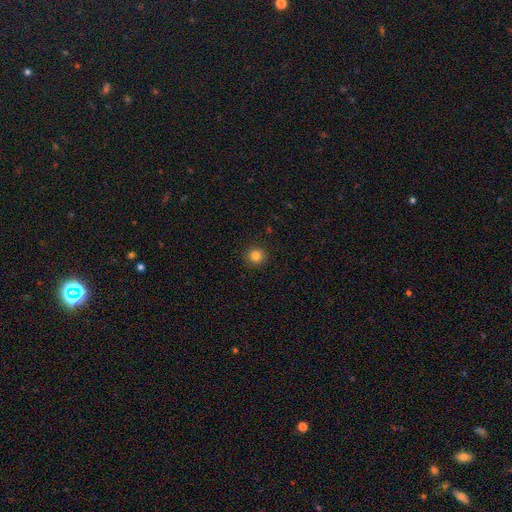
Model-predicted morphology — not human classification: smooth-or-featured: smooth: 83% | star or artifact: 12% | featured or disk: 5%
  how-rounded: round: 94% | in between: 5% | cigar-shaped: 1%
  merging: none: 92% | minor disturbance: 6% | major disturbance: 2% | merger: 1%